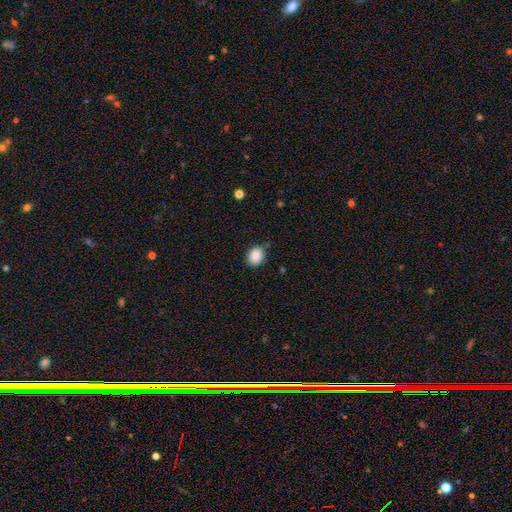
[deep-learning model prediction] Smooth or featured? smooth (88%)
How rounded? round (51%)
Merging? none (81%)